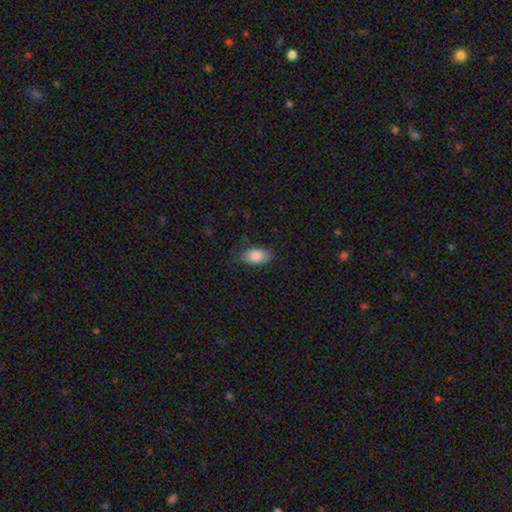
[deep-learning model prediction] The model was most divided on "merging": none: 73%, minor disturbance: 20%, major disturbance: 6%, merger: 1%. More confident: how rounded — in between (92%); smooth or featured — smooth (86%).